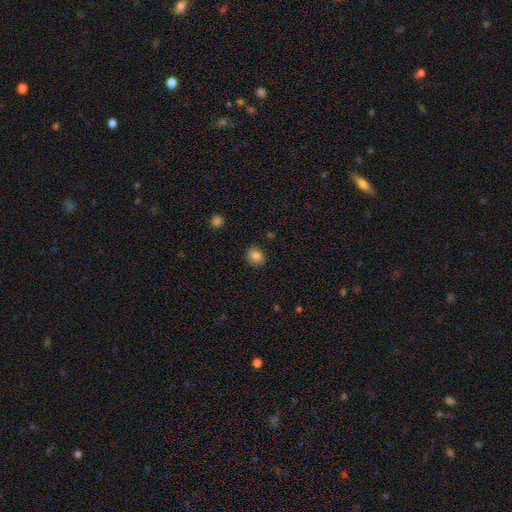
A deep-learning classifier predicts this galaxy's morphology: Smooth or featured: smooth — 84% (star or artifact — 10%)
How rounded: round — 58% (in between — 41%)
Merging: none — 82% (minor disturbance — 14%)